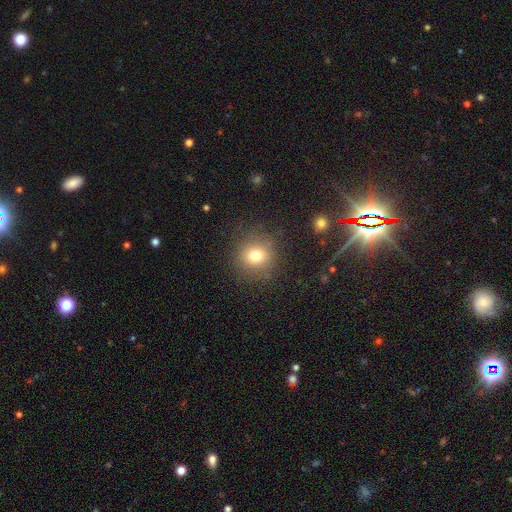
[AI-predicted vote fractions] A smooth galaxy with no disk features (76%) that is round (89%).

Vote fractions:
- Smooth or featured? smooth: 76% / star or artifact: 14% / featured or disk: 10%
- How rounded? round: 89% / in between: 10% / cigar-shaped: 1%
- Merging? none: 86% / minor disturbance: 9% / major disturbance: 4% / merger: 1%